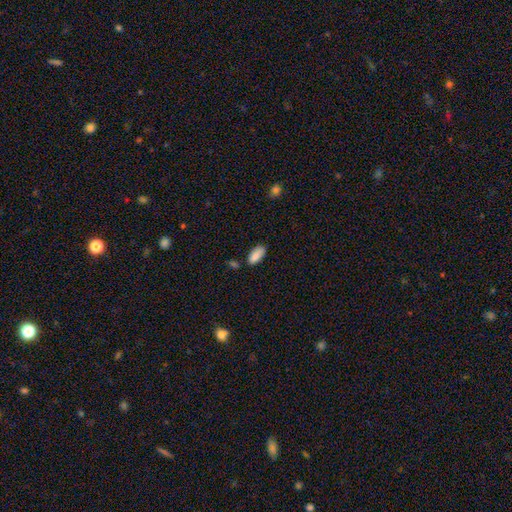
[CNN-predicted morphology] Smooth or featured? Predicted: smooth (p=0.87). How rounded? Predicted: in between (p=0.89). Merging? Predicted: none (p=0.71).